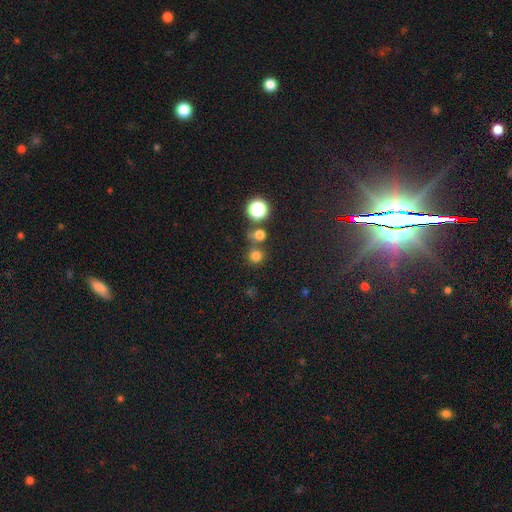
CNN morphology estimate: smooth_or_featured: smooth (p=0.72) [alt: star or artifact p=0.22]
how_rounded: round (p=0.92) [alt: in between p=0.07]
merging: none (p=0.68) [alt: merger p=0.21]